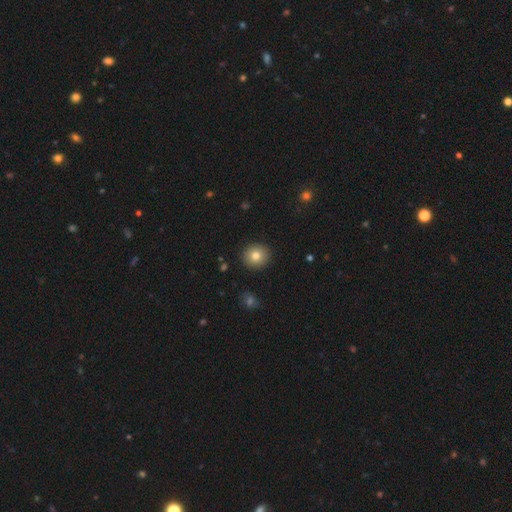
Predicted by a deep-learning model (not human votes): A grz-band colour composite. It shows a smooth galaxy with no disk features (80%) that is round (91%). Merging: none (91%).